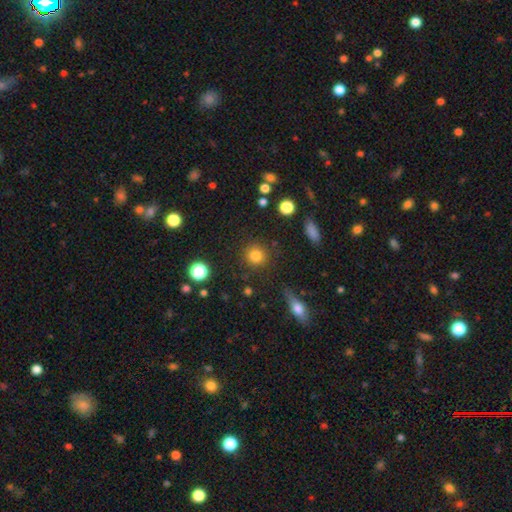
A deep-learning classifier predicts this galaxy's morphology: smooth_or_featured: smooth (p=0.80) [alt: star or artifact p=0.13]
how_rounded: round (p=0.90) [alt: in between p=0.08]
merging: none (p=0.86) [alt: minor disturbance p=0.08]